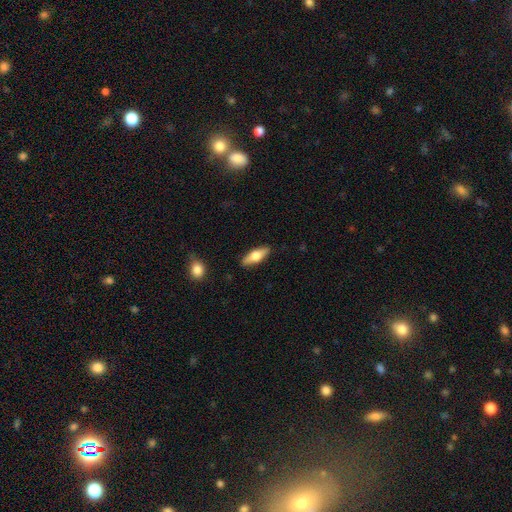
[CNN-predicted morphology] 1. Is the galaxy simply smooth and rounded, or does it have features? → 54% smooth, 40% featured or disk, 6% star or artifact.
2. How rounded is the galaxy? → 57% in between, 41% cigar-shaped, 3% round.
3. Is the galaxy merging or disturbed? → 87% none, 10% minor disturbance, 2% major disturbance, 1% merger.